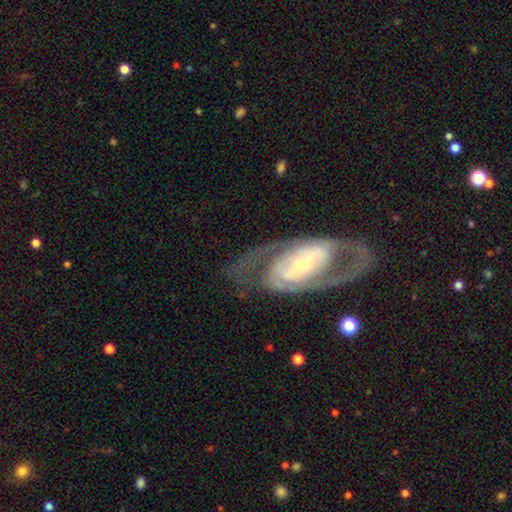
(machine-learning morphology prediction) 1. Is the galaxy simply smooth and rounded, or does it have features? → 85% featured or disk, 9% smooth, 7% star or artifact.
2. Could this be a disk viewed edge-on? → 93% no, 7% yes.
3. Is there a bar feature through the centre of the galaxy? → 40% no, 32% weak, 28% strong.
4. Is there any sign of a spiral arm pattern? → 87% yes, 13% no.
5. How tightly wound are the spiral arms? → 45% medium, 39% tight, 16% loose.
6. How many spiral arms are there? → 82% 2, 9% can't tell, 3% 1, 3% 3, 2% 4, 2% more than 4.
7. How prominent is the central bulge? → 57% small, 35% moderate, 5% large, 1% none, 1% dominant.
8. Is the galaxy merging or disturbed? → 74% none, 13% minor disturbance, 11% major disturbance, 2% merger.